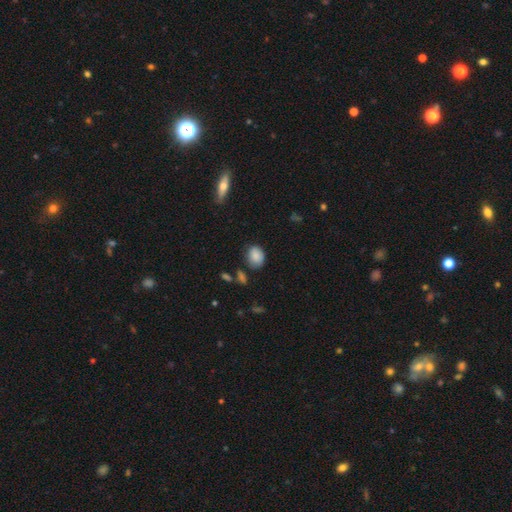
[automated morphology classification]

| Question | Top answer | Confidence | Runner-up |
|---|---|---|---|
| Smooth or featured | smooth | 86% | star or artifact (8%) |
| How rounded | in between | 62% | round (36%) |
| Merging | none | 75% | minor disturbance (18%) |